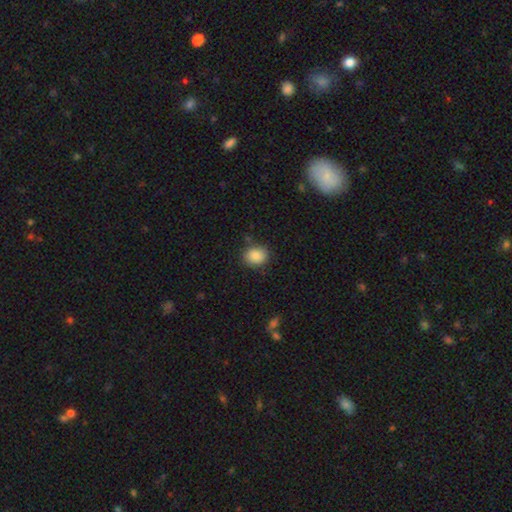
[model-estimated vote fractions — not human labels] Morphology: type=smooth (88%); roundness=round (53%); merging=none (82%).